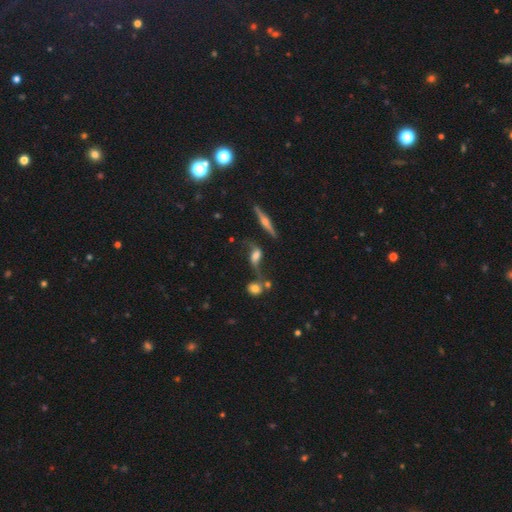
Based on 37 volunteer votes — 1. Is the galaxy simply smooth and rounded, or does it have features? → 73% featured or disk, 19% smooth, 8% star or artifact.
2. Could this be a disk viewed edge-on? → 70% no, 30% yes.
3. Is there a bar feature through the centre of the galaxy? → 53% weak, 37% no, 11% strong.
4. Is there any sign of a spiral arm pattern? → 95% yes, 5% no.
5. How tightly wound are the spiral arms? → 94% loose, 6% medium, 0% tight.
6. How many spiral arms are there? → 94% 2, 6% more than 4, 0% 1, 0% 3, 0% 4, 0% can't tell.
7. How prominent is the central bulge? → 32% moderate (tied), 32% small (tied), 26% large, 11% none, 0% dominant.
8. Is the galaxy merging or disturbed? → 44% none, 21% minor disturbance, 21% major disturbance, 15% merger.